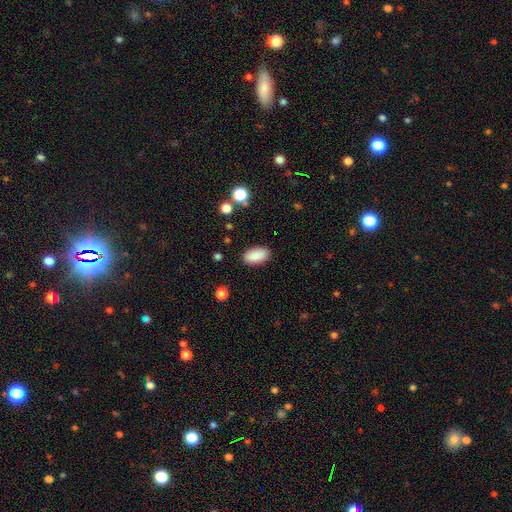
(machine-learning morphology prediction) Q: Smooth or featured?
A: smooth (89%); runner-up: star or artifact (7%)
Q: How rounded?
A: in between (94%); runner-up: cigar-shaped (3%)
Q: Merging?
A: none (88%); runner-up: minor disturbance (8%)